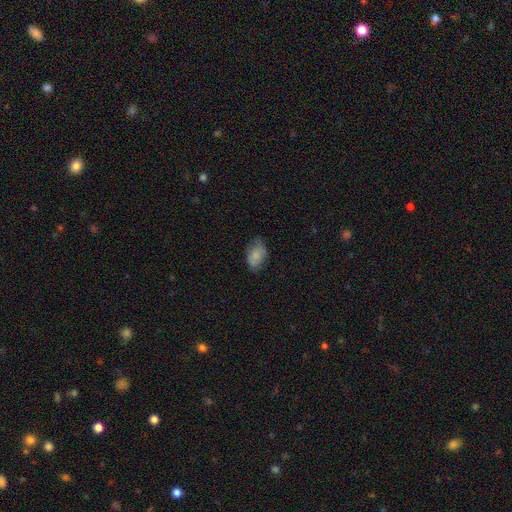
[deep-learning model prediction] Smooth or featured?
  - smooth: 81% *
  - featured or disk: 12%
  - star or artifact: 7%
How rounded?
  - in between: 90% *
  - round: 8%
  - cigar-shaped: 1%
Merging?
  - none: 68% *
  - minor disturbance: 24%
  - major disturbance: 6%
  - merger: 1%